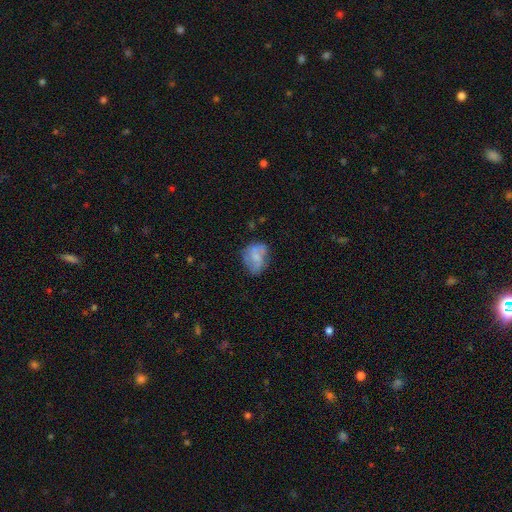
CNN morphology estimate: This appears to be a smooth galaxy with no disk features (56%) that is in between round and cigar-shaped (58%). Merging: none (51%).